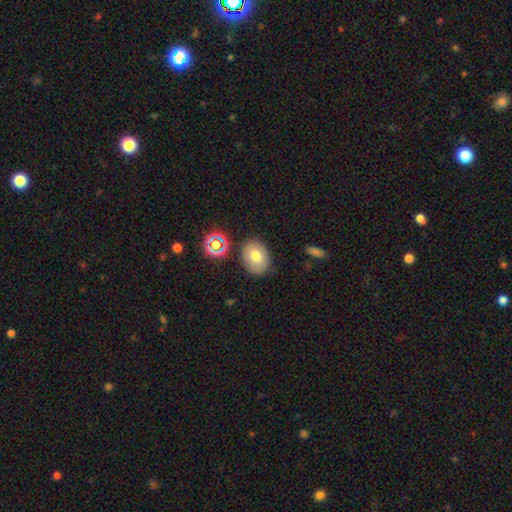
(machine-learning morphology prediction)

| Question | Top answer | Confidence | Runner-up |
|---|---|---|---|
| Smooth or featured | smooth | 72% | featured or disk (16%) |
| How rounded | in between | 71% | round (28%) |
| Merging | none | 80% | minor disturbance (13%) |